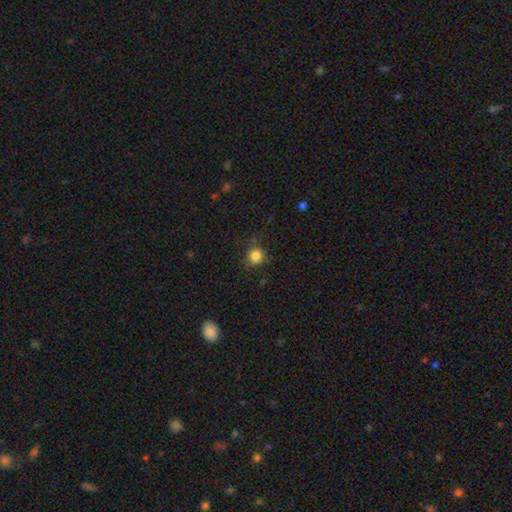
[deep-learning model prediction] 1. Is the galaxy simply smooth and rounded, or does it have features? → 84% smooth, 12% star or artifact, 5% featured or disk.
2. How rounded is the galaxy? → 89% round, 10% in between, 1% cigar-shaped.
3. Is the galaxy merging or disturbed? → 83% none, 13% minor disturbance, 3% major disturbance, 1% merger.